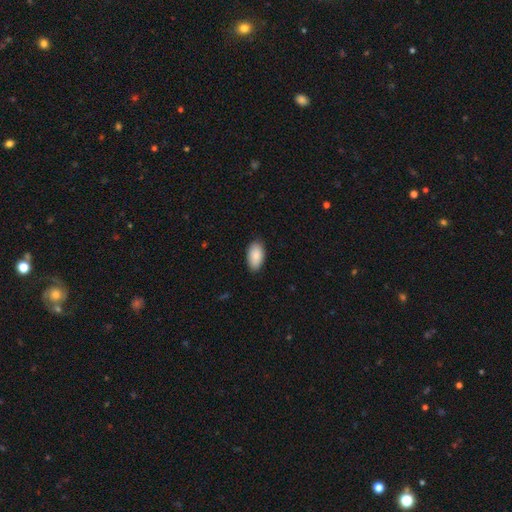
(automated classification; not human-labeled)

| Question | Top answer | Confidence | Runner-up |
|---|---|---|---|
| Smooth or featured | smooth | 88% | star or artifact (6%) |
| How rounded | in between | 95% | round (3%) |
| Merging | none | 87% | minor disturbance (10%) |